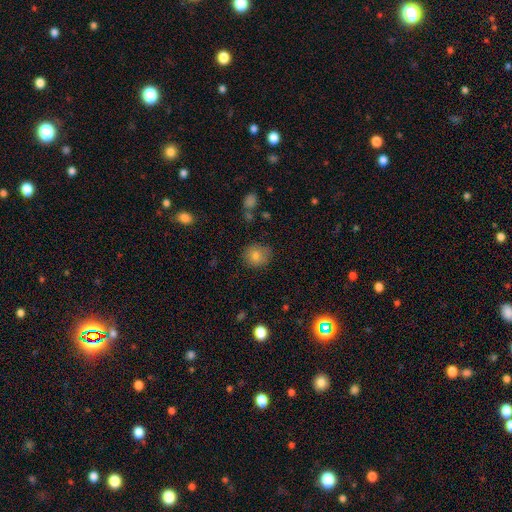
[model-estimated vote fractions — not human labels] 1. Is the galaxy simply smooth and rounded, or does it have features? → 77% smooth, 12% star or artifact, 10% featured or disk.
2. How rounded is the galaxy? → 83% round, 16% in between, 1% cigar-shaped.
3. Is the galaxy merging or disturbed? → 82% none, 13% minor disturbance, 3% major disturbance, 2% merger.